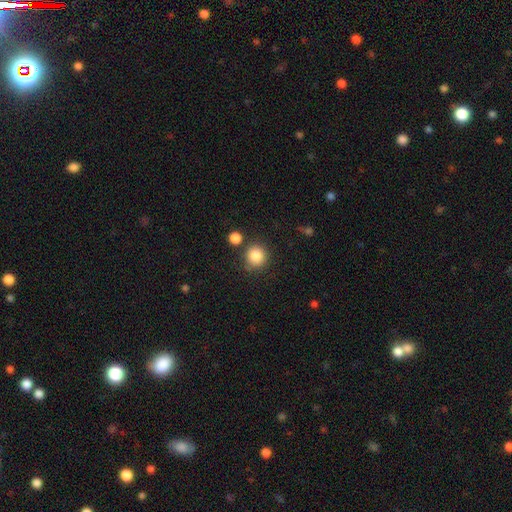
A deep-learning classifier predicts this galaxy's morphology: Smooth or featured? Predicted: smooth (p=0.85). How rounded? Predicted: round (p=0.92). Merging? Predicted: none (p=0.79).